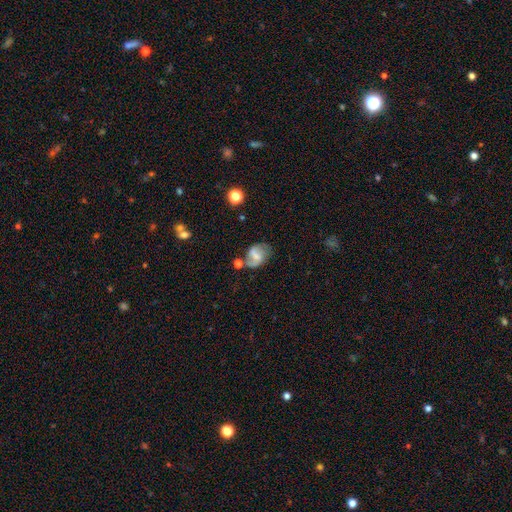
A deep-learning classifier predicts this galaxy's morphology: Smooth or featured? Predicted: featured or disk (p=0.52). Edge-on disk? Predicted: no (p=0.97). Bar? Predicted: weak (p=0.48). Spiral arms? Predicted: yes (p=0.74). Bulge size? Predicted: small (p=0.42). Merging? Predicted: none (p=0.46).